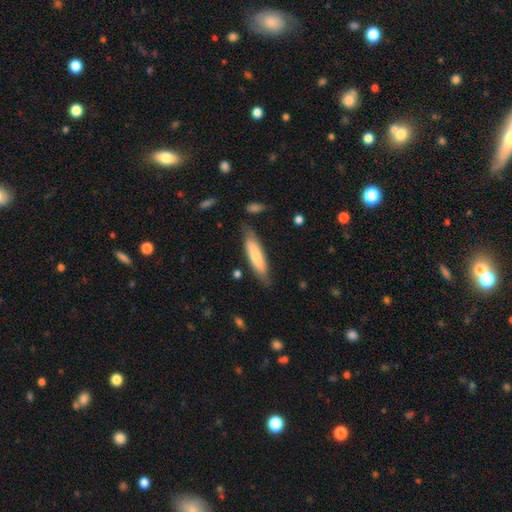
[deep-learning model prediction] smooth_or_featured: smooth (p=0.70) [alt: featured or disk p=0.24]
how_rounded: cigar-shaped (p=0.77) [alt: in between p=0.22]
merging: none (p=0.75) [alt: minor disturbance p=0.18]